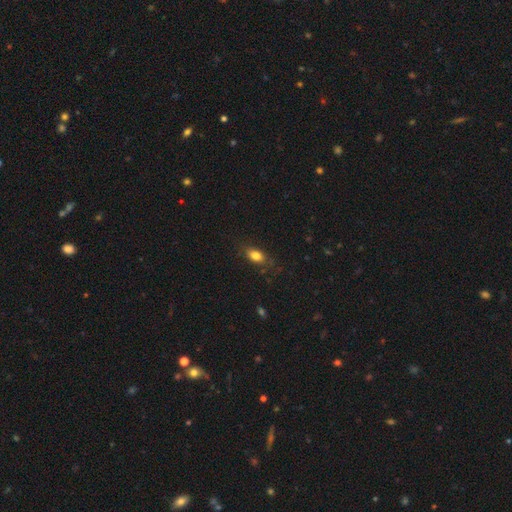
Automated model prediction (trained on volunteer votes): This appears to be a smooth galaxy with no disk features (82%) that is in between round and cigar-shaped (83%). Merging: none (76%).